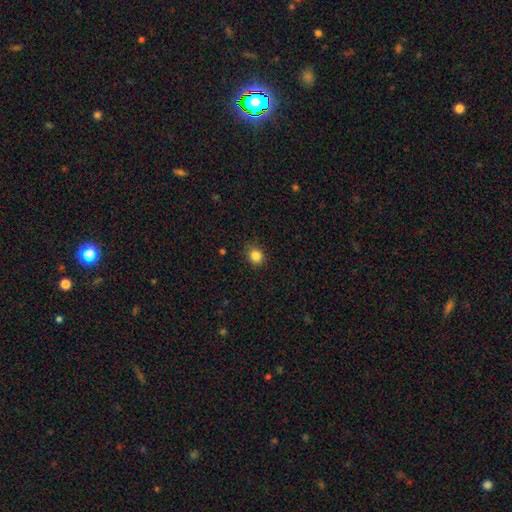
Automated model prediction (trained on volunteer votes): This appears to be a smooth galaxy with no disk features (85%) that is round (77%). Merging: none (86%).